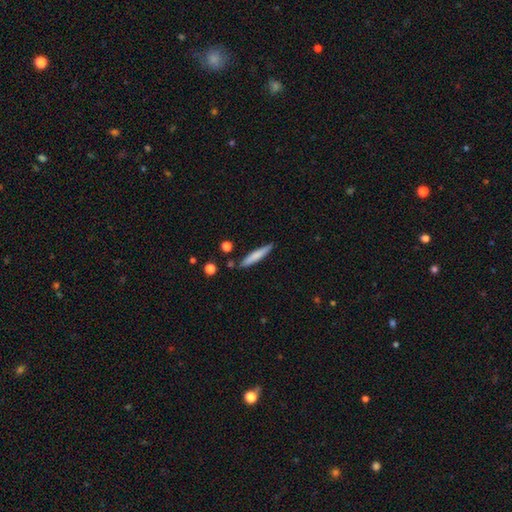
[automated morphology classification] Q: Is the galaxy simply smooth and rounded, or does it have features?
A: smooth — 72%.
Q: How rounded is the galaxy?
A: cigar-shaped — 93%.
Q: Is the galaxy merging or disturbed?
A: none — 86%.